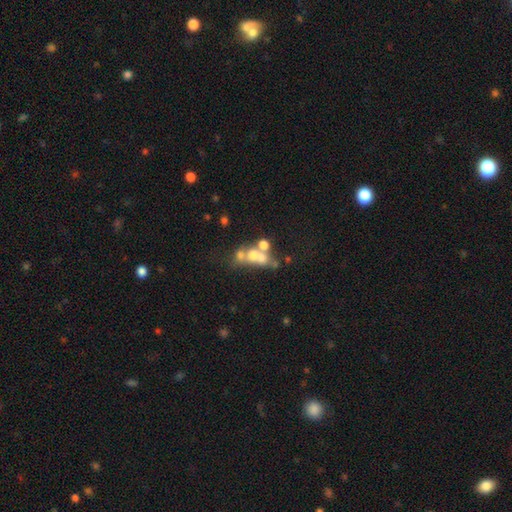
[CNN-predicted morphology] smooth_or_featured: smooth (p=0.46) [alt: featured or disk p=0.36]
merging: merger (p=0.56) [alt: none p=0.27]